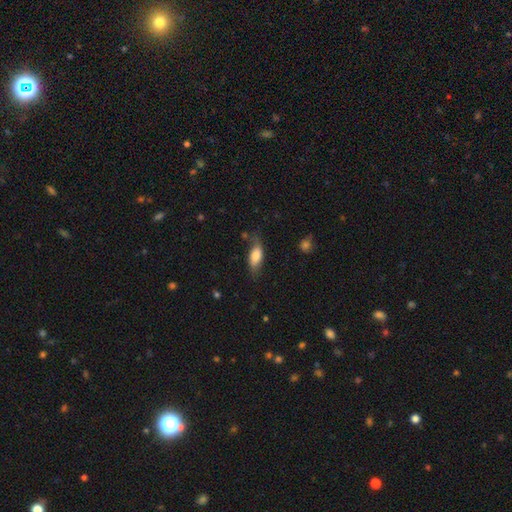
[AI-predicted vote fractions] Smooth or featured? smooth (74%)
How rounded? in between (81%)
Merging? none (62%)